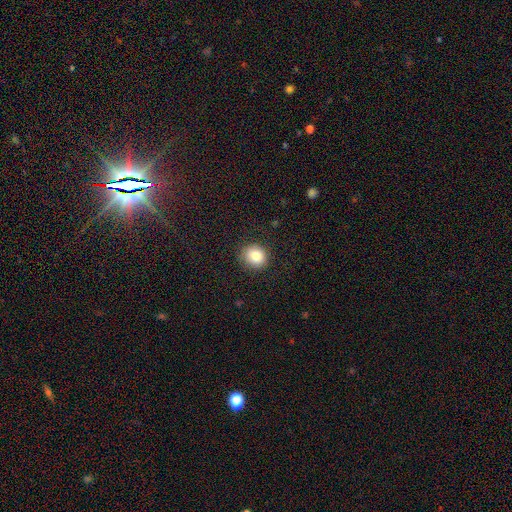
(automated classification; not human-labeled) A smooth galaxy with no disk features (83%) that is round (84%). Merging: none (89%).